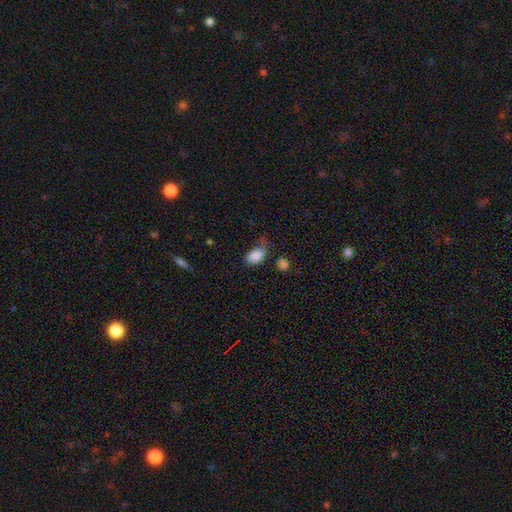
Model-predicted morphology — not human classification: The model was most divided on "merging": none: 55%, minor disturbance: 31%, major disturbance: 10%, merger: 5%. More confident: how rounded — in between (91%); smooth or featured — smooth (87%).